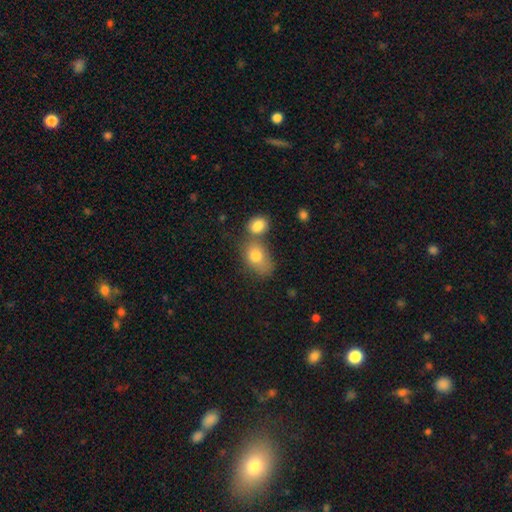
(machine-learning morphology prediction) smooth_or_featured: smooth (p=0.78) [alt: featured or disk p=0.13]
how_rounded: in between (p=0.77) [alt: round p=0.21]
merging: merger (p=0.41) [alt: none p=0.36]